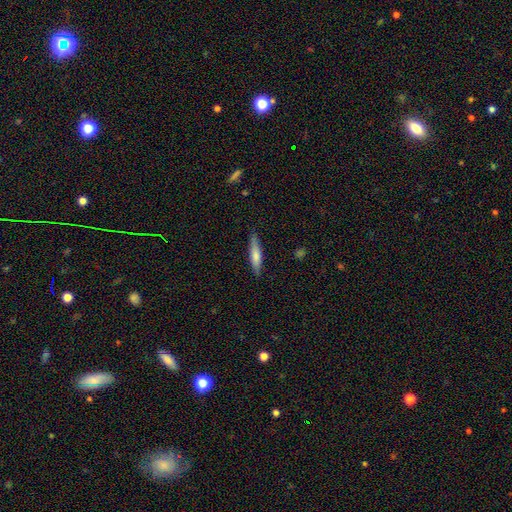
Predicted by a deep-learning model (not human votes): Q: Smooth or featured?
A: smooth (64%); runner-up: featured or disk (31%)
Q: How rounded?
A: cigar-shaped (86%); runner-up: in between (13%)
Q: Merging?
A: none (86%); runner-up: minor disturbance (11%)